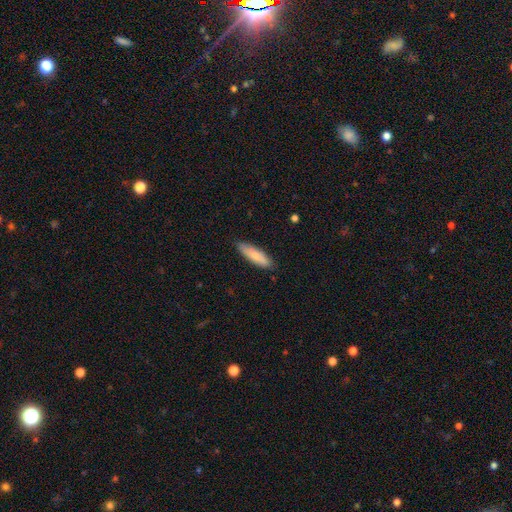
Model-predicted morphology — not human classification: A smooth galaxy with no disk features (77%) that is cigar-shaped (59%).

Vote fractions:
- Smooth or featured? smooth: 77% / featured or disk: 17% / star or artifact: 5%
- How rounded? cigar-shaped: 59% / in between: 39% / round: 2%
- Merging? none: 83% / minor disturbance: 14% / major disturbance: 2% / merger: 1%